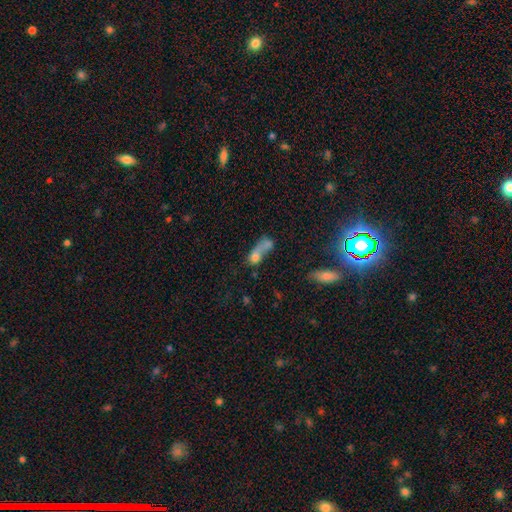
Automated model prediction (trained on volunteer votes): Smooth or featured: smooth — 64% (featured or disk — 23%)
How rounded: in between — 53% (round — 32%)
Merging: merger — 56% (major disturbance — 19%)